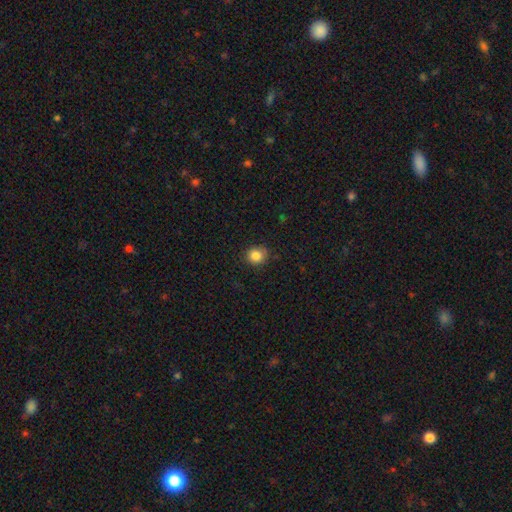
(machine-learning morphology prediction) Smooth or featured?
  - smooth: 85% *
  - star or artifact: 10%
  - featured or disk: 5%
How rounded?
  - round: 82% *
  - in between: 17%
  - cigar-shaped: 1%
Merging?
  - none: 84% *
  - minor disturbance: 12%
  - major disturbance: 3%
  - merger: 1%